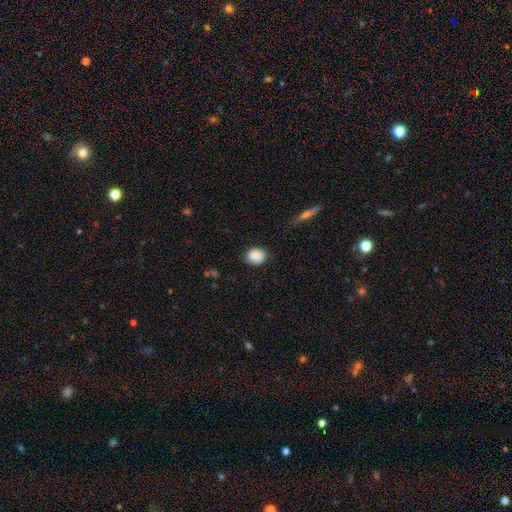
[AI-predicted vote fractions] This is clearly a smooth galaxy (88%). How rounded: likely round (65%). Merging: likely none (79%).